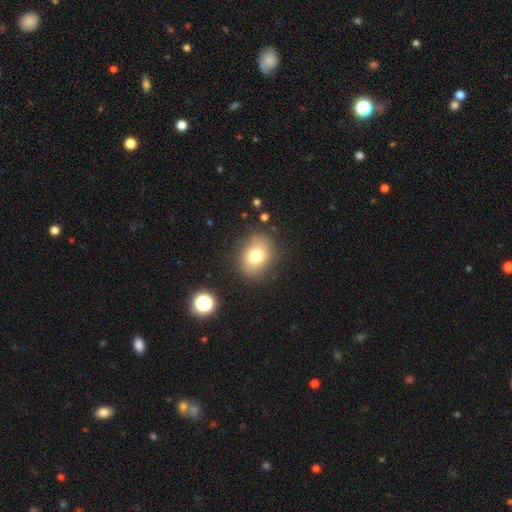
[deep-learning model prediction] smooth_or_featured: smooth (p=0.77) [alt: featured or disk p=0.12]
how_rounded: in between (p=0.59) [alt: round p=0.40]
merging: none (p=0.79) [alt: minor disturbance p=0.14]